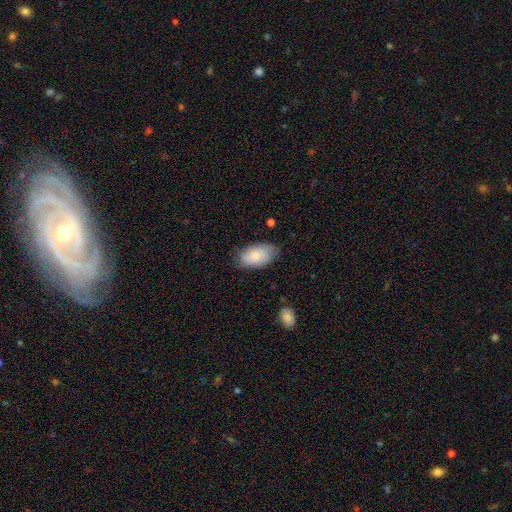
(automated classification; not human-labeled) smooth-or-featured: smooth: 82% | featured or disk: 12% | star or artifact: 6%
  how-rounded: in between: 95% | round: 4% | cigar-shaped: 2%
  merging: none: 76% | minor disturbance: 19% | major disturbance: 4% | merger: 1%